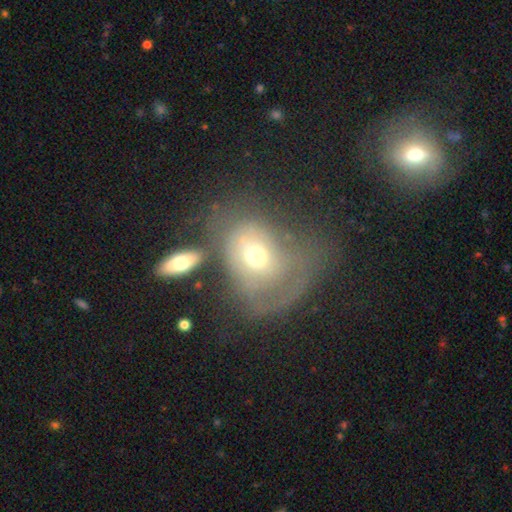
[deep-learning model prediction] Q: Smooth or featured?
A: smooth (51%); runner-up: featured or disk (39%)
Q: How rounded?
A: in between (56%); runner-up: round (43%)
Q: Merging?
A: major disturbance (37%); runner-up: none (26%)